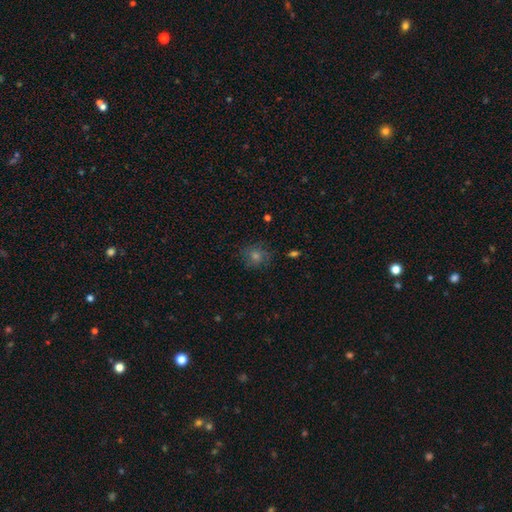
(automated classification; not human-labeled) smooth 48%, star or artifact 28%, featured or disk 24%. Down the decision tree: merging — none (78%).